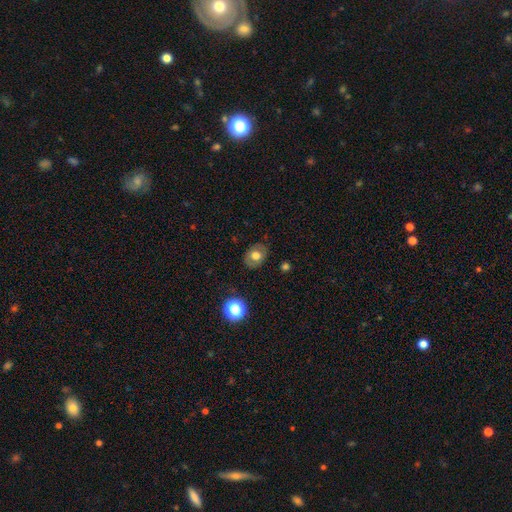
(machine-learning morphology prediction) A smooth galaxy with no disk features (66%) that is in between round and cigar-shaped (56%).

Vote fractions:
- Smooth or featured? smooth: 66% / featured or disk: 23% / star or artifact: 11%
- How rounded? in between: 56% / round: 43% / cigar-shaped: 1%
- Merging? none: 82% / minor disturbance: 13% / major disturbance: 4% / merger: 1%